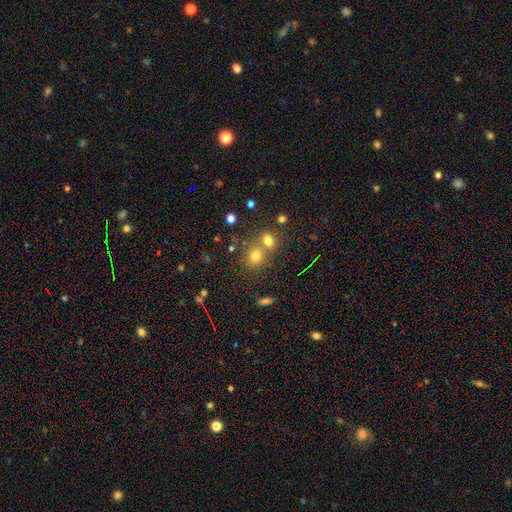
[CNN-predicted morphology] This is likely a smooth galaxy (68%). How rounded: likely round (78%). Merging: possibly none (50%).